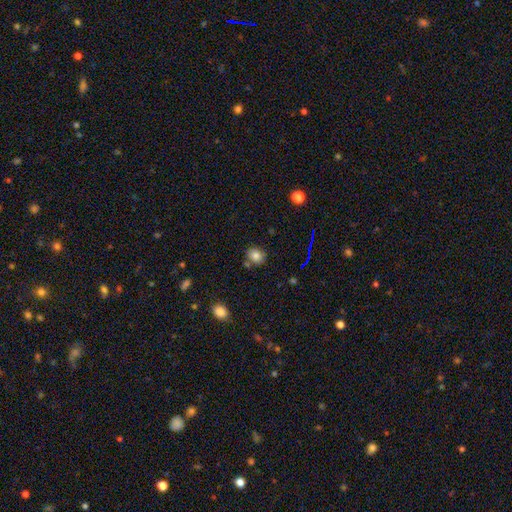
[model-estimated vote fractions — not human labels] Smooth or featured?
  - smooth: 79% *
  - star or artifact: 12%
  - featured or disk: 8%
How rounded?
  - round: 57% *
  - in between: 41%
  - cigar-shaped: 1%
Merging?
  - none: 72% *
  - minor disturbance: 14%
  - merger: 11%
  - major disturbance: 3%